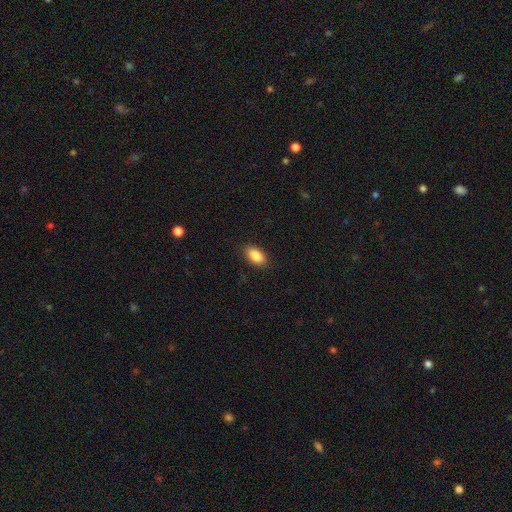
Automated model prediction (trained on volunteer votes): A smooth galaxy with no disk features (87%) that is in between round and cigar-shaped (92%).

Vote fractions:
- Smooth or featured? smooth: 87% / star or artifact: 7% / featured or disk: 5%
- How rounded? in between: 92% / round: 5% / cigar-shaped: 3%
- Merging? none: 88% / minor disturbance: 9% / major disturbance: 2% / merger: 1%